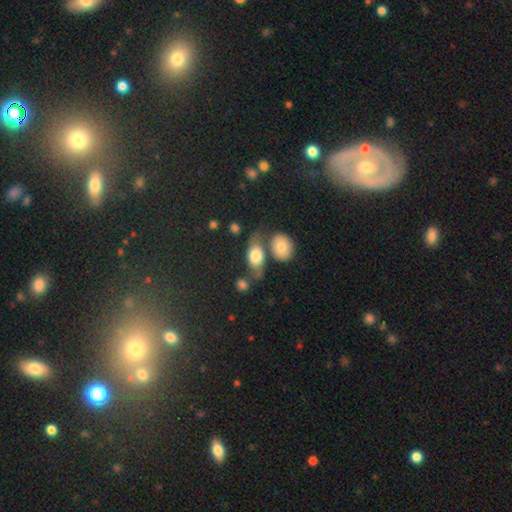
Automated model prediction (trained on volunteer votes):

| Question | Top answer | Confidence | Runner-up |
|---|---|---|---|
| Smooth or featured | smooth | 72% | featured or disk (19%) |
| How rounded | in between | 78% | round (16%) |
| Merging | none | 45% | merger (23%) |